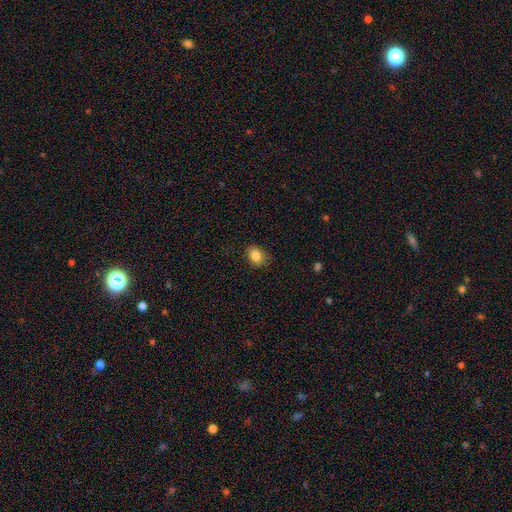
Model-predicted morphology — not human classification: A smooth galaxy with no disk features (84%) that is in between round and cigar-shaped (63%).

Vote fractions:
- Smooth or featured? smooth: 84% / star or artifact: 9% / featured or disk: 6%
- How rounded? in between: 63% / round: 36% / cigar-shaped: 1%
- Merging? none: 79% / minor disturbance: 17% / major disturbance: 4% / merger: 1%